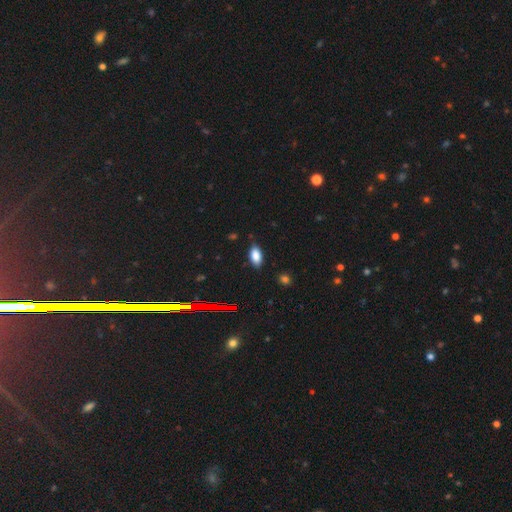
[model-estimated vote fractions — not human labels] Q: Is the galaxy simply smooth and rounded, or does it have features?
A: smooth — 84%.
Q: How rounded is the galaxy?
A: in between — 89%.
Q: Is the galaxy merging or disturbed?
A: none — 84%.